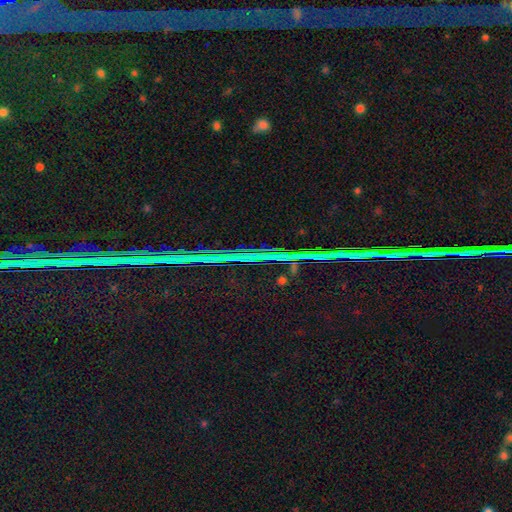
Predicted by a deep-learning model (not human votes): Smooth or featured? star or artifact (87%)